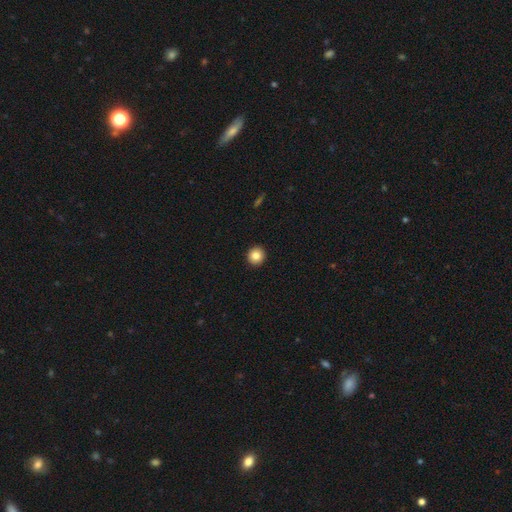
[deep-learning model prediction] Q: Smooth or featured?
A: smooth (84%); runner-up: star or artifact (10%)
Q: How rounded?
A: round (94%); runner-up: in between (5%)
Q: Merging?
A: none (93%); runner-up: minor disturbance (4%)